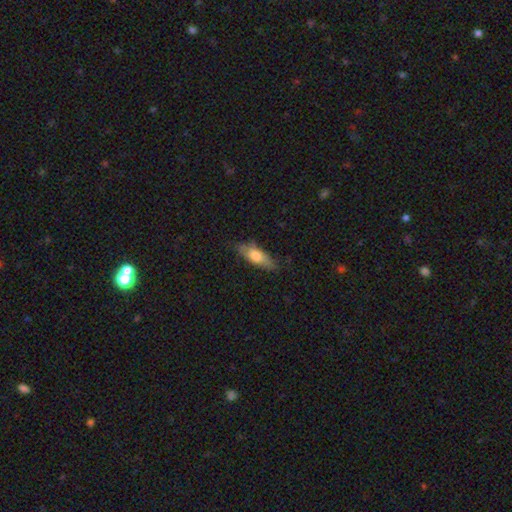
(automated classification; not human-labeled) smooth 70%, featured or disk 24%, star or artifact 6%. Down the decision tree: how rounded — in between (62%); merging — none (72%).